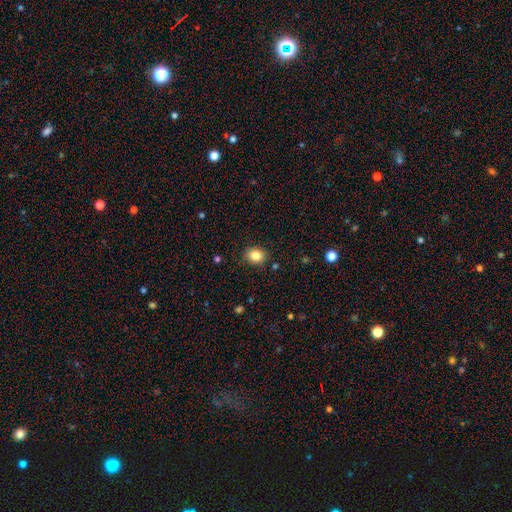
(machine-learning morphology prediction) Smooth or featured: smooth — 84% (star or artifact — 10%)
How rounded: round — 52% (in between — 47%)
Merging: none — 87% (minor disturbance — 10%)